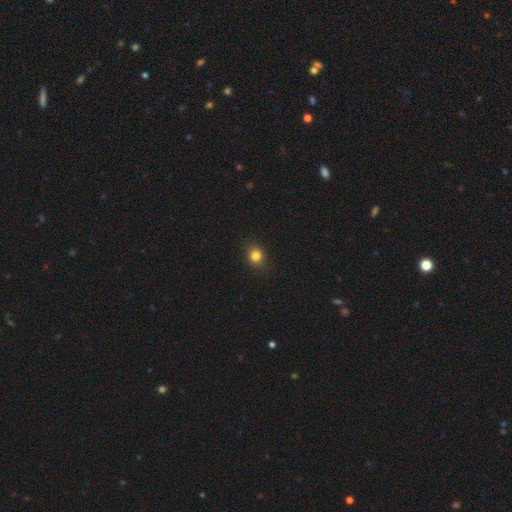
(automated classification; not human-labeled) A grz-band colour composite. It shows a smooth galaxy with no disk features (82%) that is round (68%). Merging: none (87%).